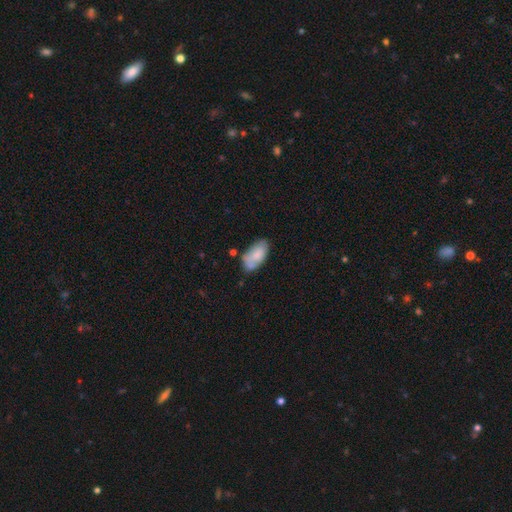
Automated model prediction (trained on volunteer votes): smooth_or_featured: smooth (p=0.74) [alt: featured or disk p=0.19]
how_rounded: in between (p=0.93) [alt: cigar-shaped p=0.04]
merging: none (p=0.54) [alt: minor disturbance p=0.26]